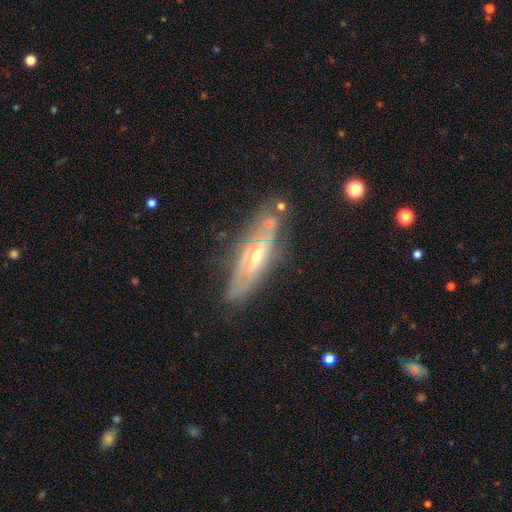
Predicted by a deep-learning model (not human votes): Smooth or featured?
  - featured or disk: 74% *
  - smooth: 18%
  - star or artifact: 8%
Edge-on disk?
  - yes: 57% *
  - no: 43%
Merging?
  - none: 71% *
  - minor disturbance: 18%
  - major disturbance: 6%
  - merger: 5%